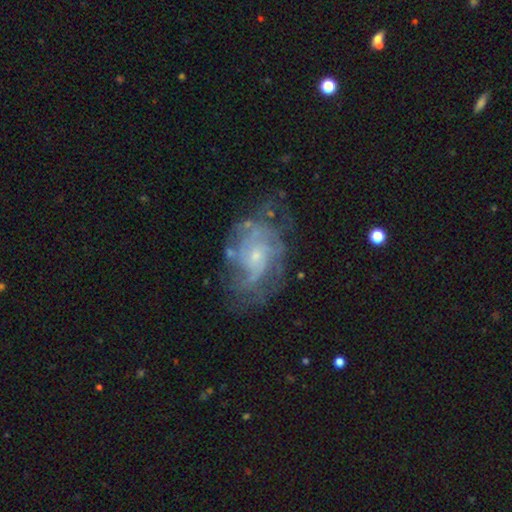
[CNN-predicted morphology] smooth_or_featured: featured or disk (p=0.78) [alt: smooth p=0.13]
disk_edge_on: no (p=0.97) [alt: yes p=0.03]
bar: no (p=0.76) [alt: weak p=0.21]
has_spiral_arms: yes (p=0.84) [alt: no p=0.16]
spiral_winding: tight (p=0.46) [alt: medium p=0.39]
spiral_arm_count: can't tell (p=0.44) [alt: 2 p=0.19]
bulge_size: small (p=0.72) [alt: moderate p=0.21]
merging: none (p=0.60) [alt: minor disturbance p=0.21]